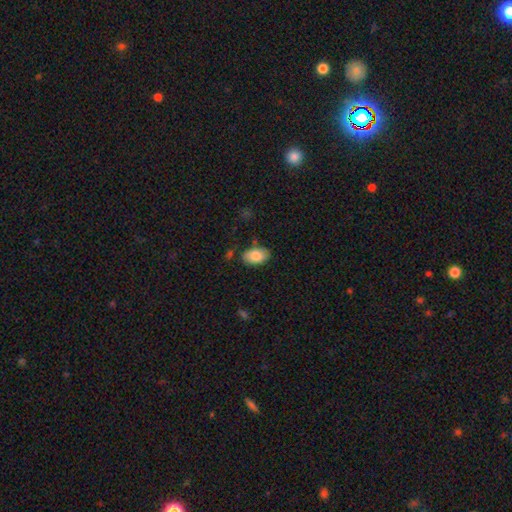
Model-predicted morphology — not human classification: smooth_or_featured: smooth (p=0.83) [alt: featured or disk p=0.10]
how_rounded: in between (p=0.92) [alt: round p=0.06]
merging: none (p=0.78) [alt: minor disturbance p=0.16]